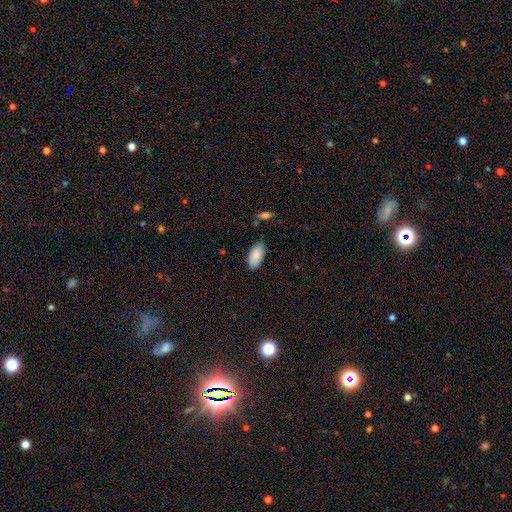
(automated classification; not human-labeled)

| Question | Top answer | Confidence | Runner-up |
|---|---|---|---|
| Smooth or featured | smooth | 88% | star or artifact (6%) |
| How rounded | in between | 94% | cigar-shaped (4%) |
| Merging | none | 82% | minor disturbance (14%) |